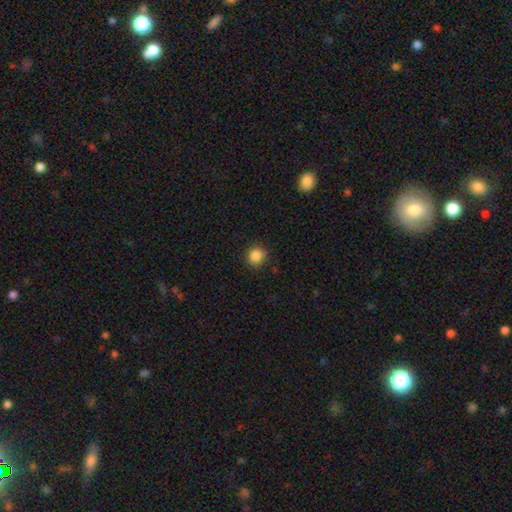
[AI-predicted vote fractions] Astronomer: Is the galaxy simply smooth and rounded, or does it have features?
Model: smooth — 86%.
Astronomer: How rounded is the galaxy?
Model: round — 87%.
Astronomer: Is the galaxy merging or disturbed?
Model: none — 89%.